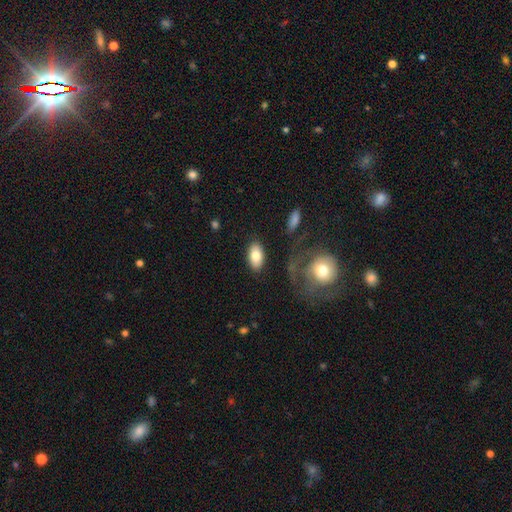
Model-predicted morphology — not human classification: The model was most divided on "smooth or featured": smooth: 79%, featured or disk: 14%, star or artifact: 7%. More confident: how rounded — in between (93%); merging — none (83%).